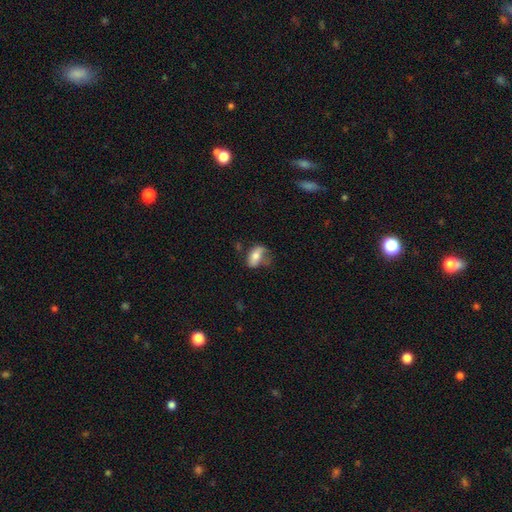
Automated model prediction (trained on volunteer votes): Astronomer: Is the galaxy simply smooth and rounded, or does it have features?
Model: smooth — 63%.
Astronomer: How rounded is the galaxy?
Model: in between — 86%.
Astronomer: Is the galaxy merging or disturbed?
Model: none — 35% (runner-up: minor disturbance, 32%).